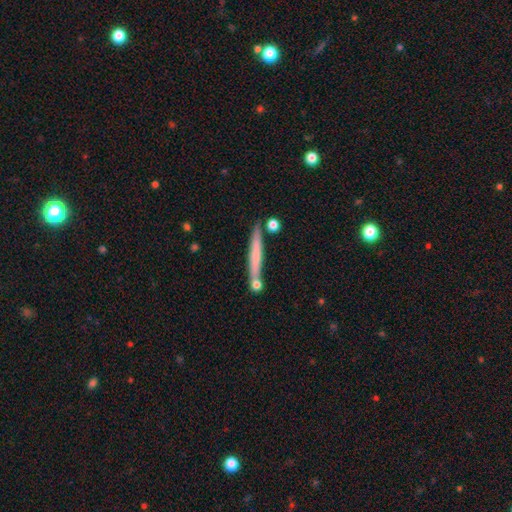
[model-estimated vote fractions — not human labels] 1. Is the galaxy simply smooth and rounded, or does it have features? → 58% smooth, 36% featured or disk, 6% star or artifact.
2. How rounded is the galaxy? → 95% cigar-shaped, 3% in between, 2% round.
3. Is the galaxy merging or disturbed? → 79% none, 11% minor disturbance, 8% merger, 3% major disturbance.